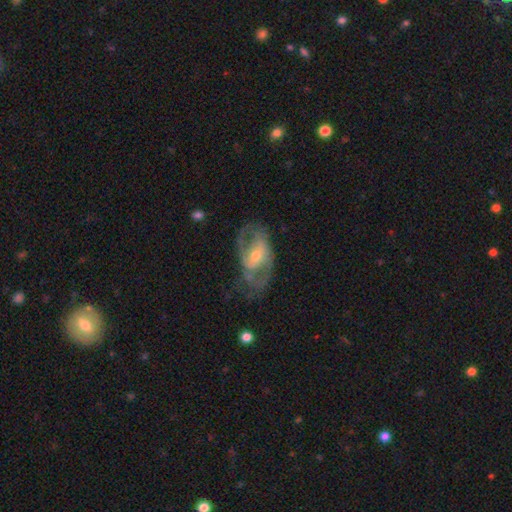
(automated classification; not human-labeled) This appears to be a featured or disk galaxy (79%) with no bar (42%), 2 (68%) medium (49%) spiral arms (82%) and a moderate central bulge (49%). Merging: none (52%).